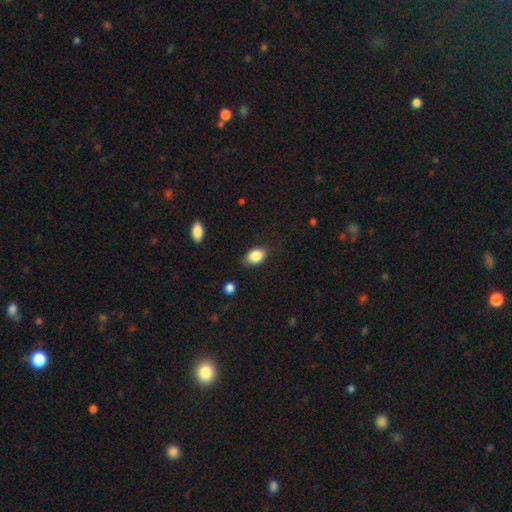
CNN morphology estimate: A smooth galaxy with no disk features (86%) that is in between round and cigar-shaped (79%). Merging: none (74%).